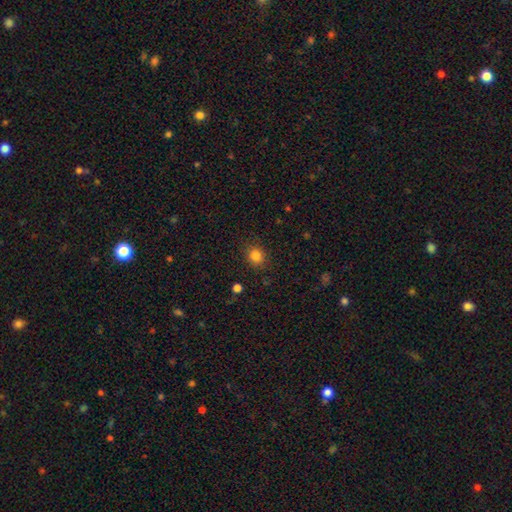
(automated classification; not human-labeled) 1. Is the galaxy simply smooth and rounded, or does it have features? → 83% smooth, 12% star or artifact, 5% featured or disk.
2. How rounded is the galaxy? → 72% round, 27% in between, 1% cigar-shaped.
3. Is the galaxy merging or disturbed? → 86% none, 9% minor disturbance, 3% major disturbance, 1% merger.